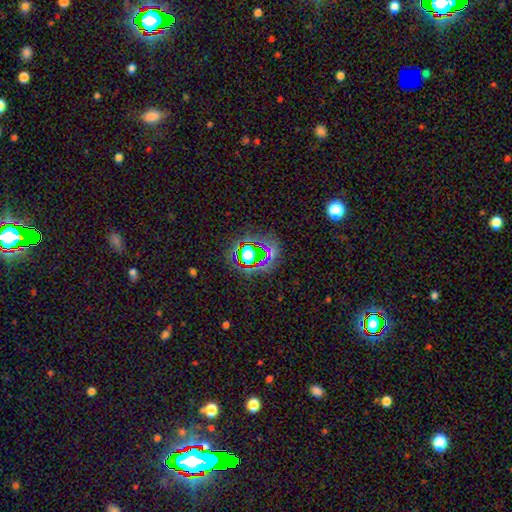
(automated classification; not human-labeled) Q: Smooth or featured?
A: star or artifact (73%); runner-up: smooth (17%)